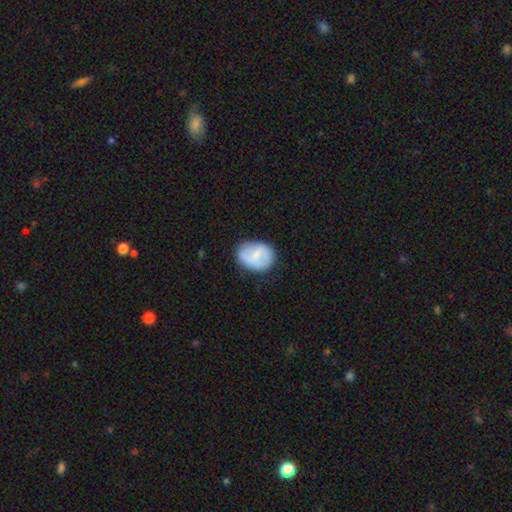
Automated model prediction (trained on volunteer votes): A smooth galaxy with no disk features (63%) that is in between round and cigar-shaped (60%).

Vote fractions:
- Smooth or featured? smooth: 63% / featured or disk: 30% / star or artifact: 7%
- How rounded? in between: 60% / round: 39% / cigar-shaped: 1%
- Merging? none: 71% / minor disturbance: 21% / major disturbance: 6% / merger: 2%